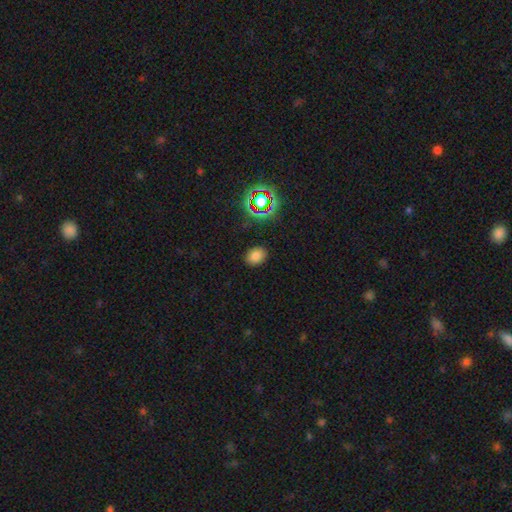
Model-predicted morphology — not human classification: This appears to be a smooth galaxy with no disk features (76%) that is in between round and cigar-shaped (63%). Merging: none (87%).